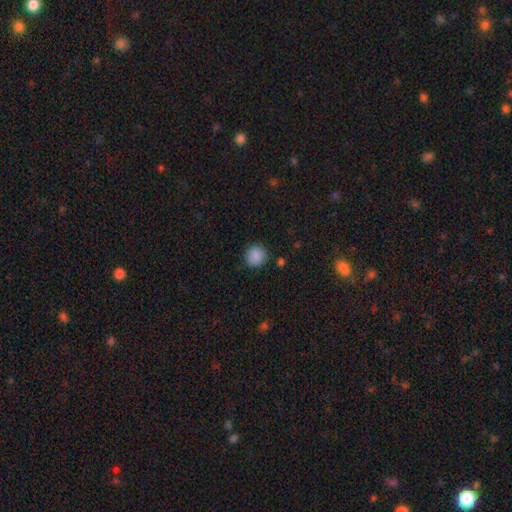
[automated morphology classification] Smooth or featured?
  - smooth: 88% *
  - star or artifact: 9%
  - featured or disk: 3%
How rounded?
  - round: 90% *
  - in between: 9%
  - cigar-shaped: 1%
Merging?
  - none: 86% *
  - minor disturbance: 10%
  - major disturbance: 3%
  - merger: 2%